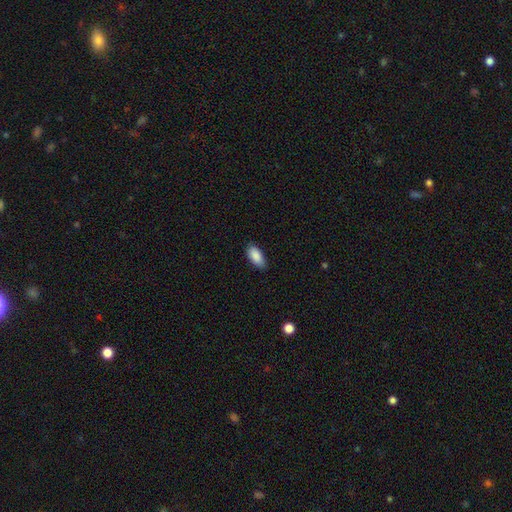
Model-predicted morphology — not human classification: Smooth or featured? smooth (89%)
How rounded? in between (91%)
Merging? none (84%)